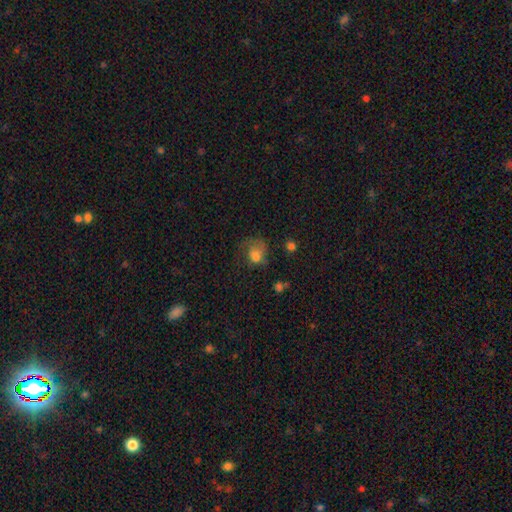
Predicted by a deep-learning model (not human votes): A smooth galaxy with no disk features (66%) that is round (53%).

Vote fractions:
- Smooth or featured? smooth: 66% / featured or disk: 21% / star or artifact: 13%
- How rounded? round: 53% / in between: 46% / cigar-shaped: 1%
- Merging? major disturbance: 43% / none: 29% / minor disturbance: 23% / merger: 5%